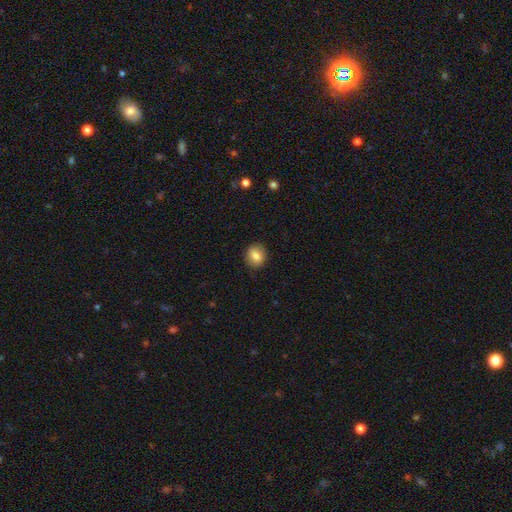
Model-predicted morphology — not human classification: Smooth or featured? Predicted: smooth (p=0.81). How rounded? Predicted: round (p=0.62). Merging? Predicted: none (p=0.87).